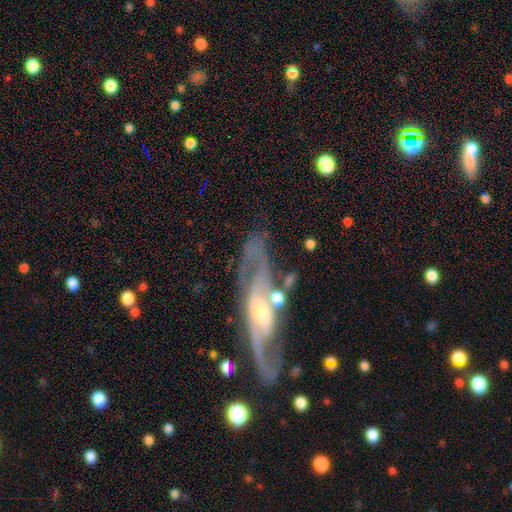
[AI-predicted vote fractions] A featured or disk galaxy (85%) with no bar (40%), 2 (79%) medium (49%) spiral arms (92%) and a moderate central bulge (48%).

Vote fractions:
- Smooth or featured? featured or disk: 85% / smooth: 9% / star or artifact: 6%
- Edge-on disk? no: 82% / yes: 18%
- Bar? no: 40% / weak: 38% / strong: 22%
- Spiral arms? yes: 92% / no: 8%
- Spiral winding? medium: 49% / tight: 29% / loose: 23%
- Spiral arm count? 2: 79% / can't tell: 10% / 3: 4% / 1: 3% / 4: 2% / more than 4: 2%
- Bulge size? moderate: 48% / small: 40% / large: 8% / none: 3% / dominant: 2%
- Merging? none: 68% / minor disturbance: 16% / major disturbance: 10% / merger: 7%